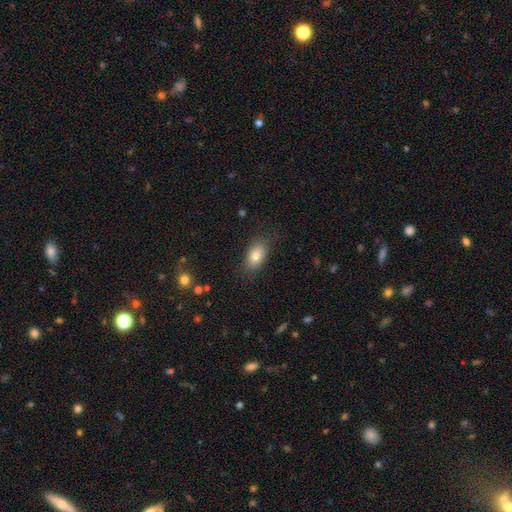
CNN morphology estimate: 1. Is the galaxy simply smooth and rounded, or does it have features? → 82% smooth, 10% featured or disk, 9% star or artifact.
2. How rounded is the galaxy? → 88% in between, 9% round, 3% cigar-shaped.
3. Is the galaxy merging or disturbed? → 79% none, 15% minor disturbance, 5% major disturbance, 1% merger.